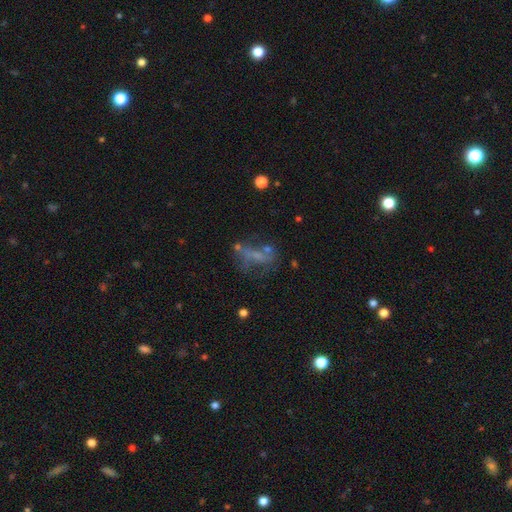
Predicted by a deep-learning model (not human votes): featured or disk 41%, smooth 36%, star or artifact 23%. Down the decision tree: merging — none (38%).